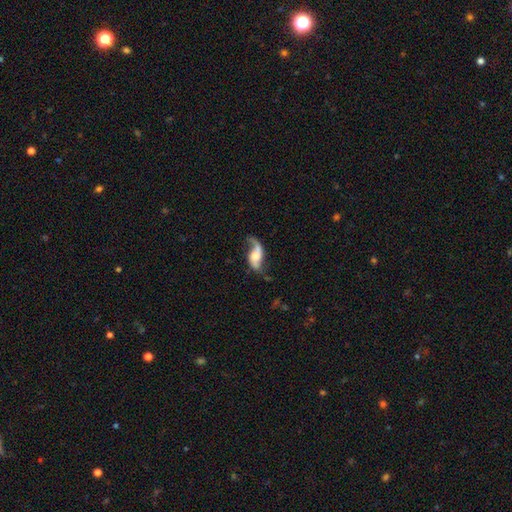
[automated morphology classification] The model was most divided on "bulge size": moderate: 42%, small: 25%, large: 19%, none: 10%, dominant: 3%. More confident: edge-on disk — no (94%); spiral arms — yes (93%); spiral winding — loose (81%); smooth or featured — featured or disk (77%); spiral arm count — 2 (73%); bar — no (55%); merging — none (53%).